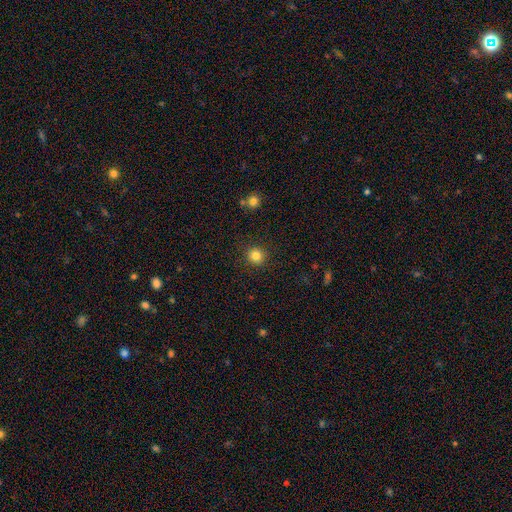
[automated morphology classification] The model was most divided on "smooth or featured": smooth: 83%, star or artifact: 12%, featured or disk: 5%. More confident: how rounded — round (93%); merging — none (91%).